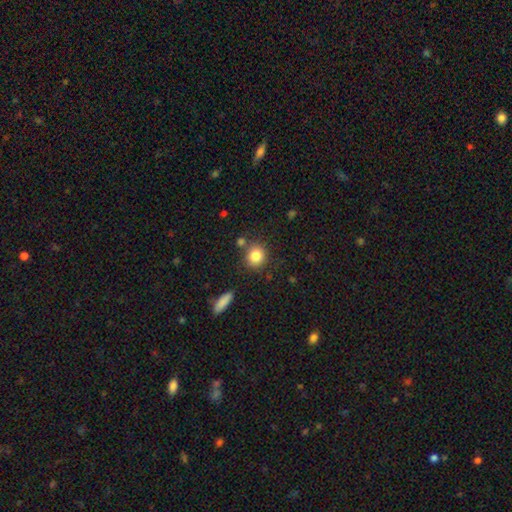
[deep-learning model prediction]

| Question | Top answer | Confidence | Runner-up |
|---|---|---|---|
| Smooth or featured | smooth | 84% | star or artifact (10%) |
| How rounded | round | 84% | in between (15%) |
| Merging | none | 77% | minor disturbance (10%) |